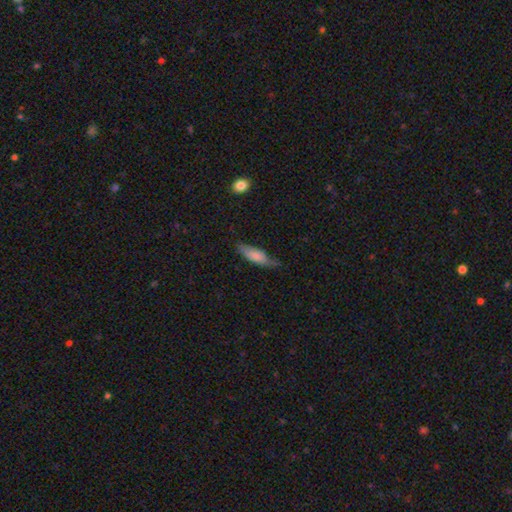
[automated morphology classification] Smooth or featured? smooth (74%)
How rounded? in between (56%)
Merging? none (55%)